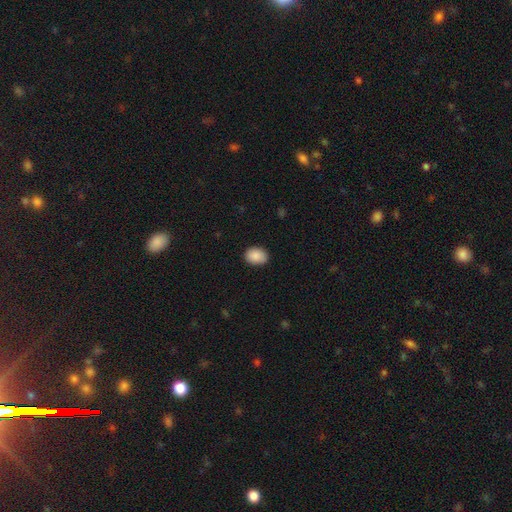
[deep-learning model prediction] The model was most divided on "how rounded": in between: 66%, round: 33%, cigar-shaped: 1%. More confident: smooth or featured — smooth (89%); merging — none (86%).